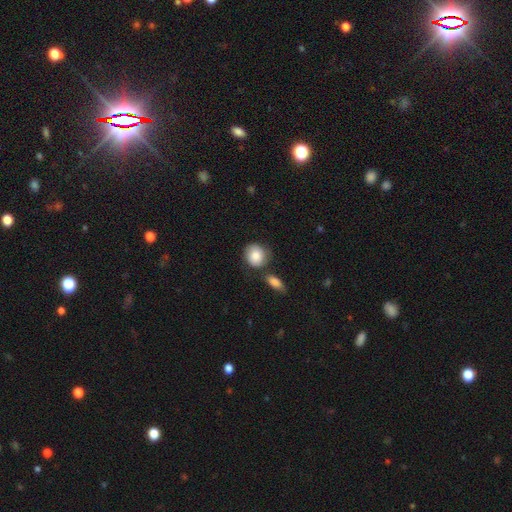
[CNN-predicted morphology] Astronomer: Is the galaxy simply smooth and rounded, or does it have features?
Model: smooth — 82%.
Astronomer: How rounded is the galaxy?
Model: round — 77%.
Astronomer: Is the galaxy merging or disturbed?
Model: none — 65%.